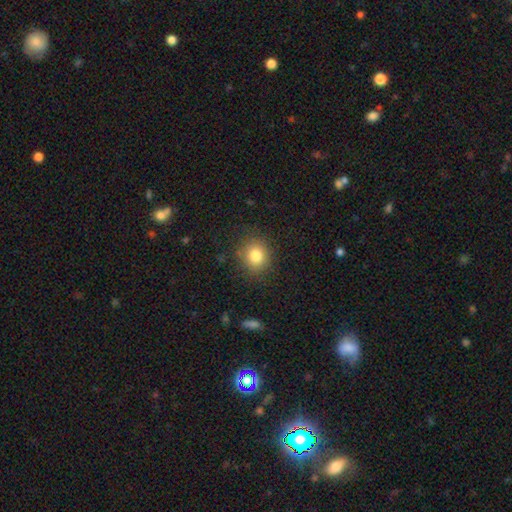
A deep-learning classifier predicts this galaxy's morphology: This is clearly a smooth galaxy (81%). How rounded: clearly round (82%). Merging: clearly none (86%).